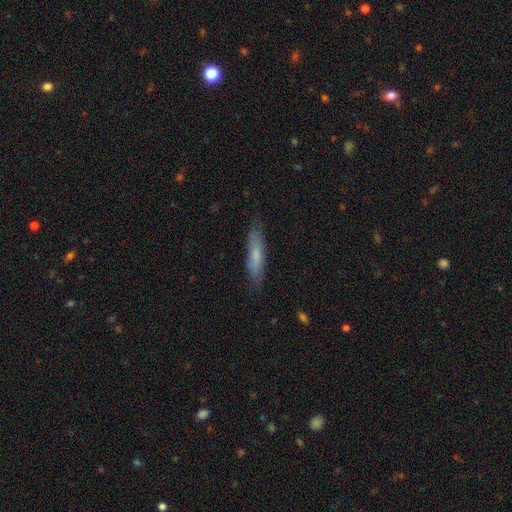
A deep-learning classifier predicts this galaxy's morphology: type=smooth (67%); roundness=cigar-shaped (82%); merging=none (80%).